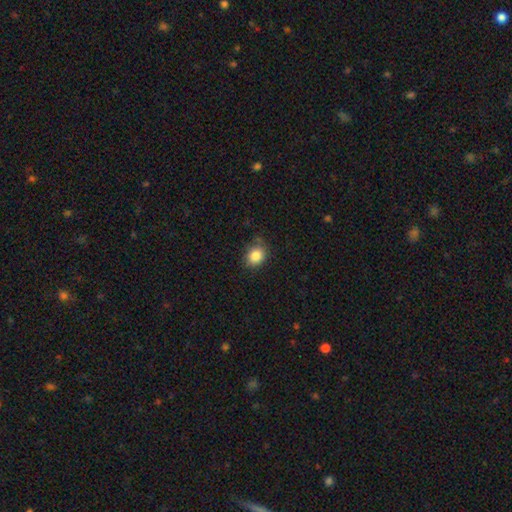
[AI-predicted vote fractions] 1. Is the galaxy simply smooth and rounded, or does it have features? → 85% smooth, 10% star or artifact, 5% featured or disk.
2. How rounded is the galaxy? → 58% round, 41% in between, 1% cigar-shaped.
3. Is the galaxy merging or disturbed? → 76% none, 18% minor disturbance, 4% major disturbance, 2% merger.